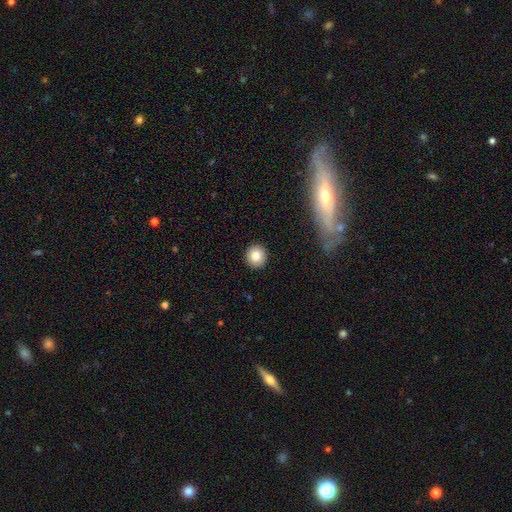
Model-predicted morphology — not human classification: Smooth or featured? smooth (83%)
How rounded? round (91%)
Merging? none (92%)